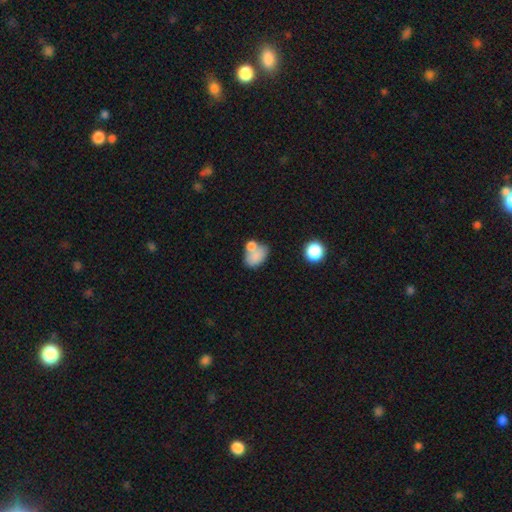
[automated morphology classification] The model was most divided on "merging": merger: 39%, none: 38%, minor disturbance: 16%, major disturbance: 7%. More confident: how rounded — in between (79%); smooth or featured — smooth (75%).